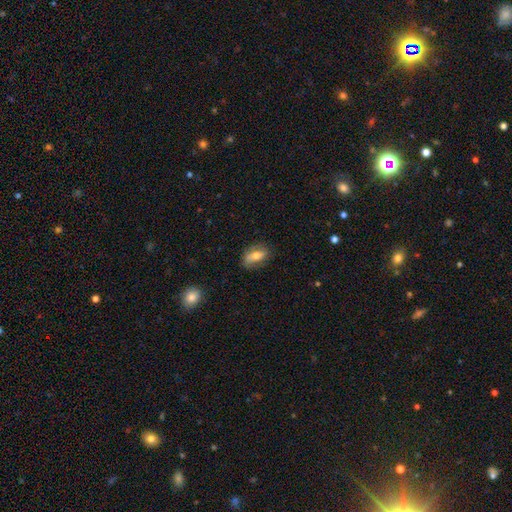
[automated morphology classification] This appears to be a smooth galaxy with no disk features (62%) that is in between round and cigar-shaped (82%). Merging: none (77%).